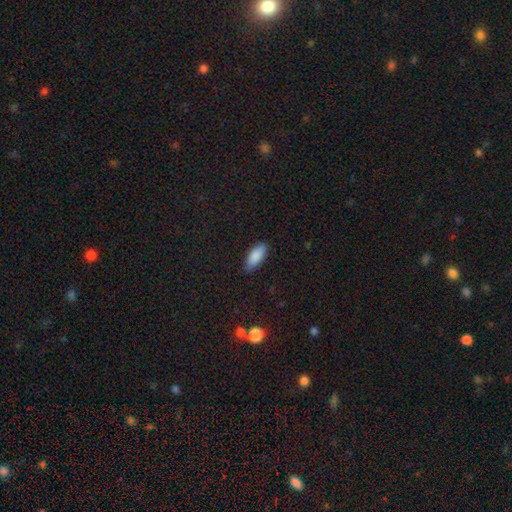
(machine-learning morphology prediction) This appears to be a smooth galaxy with no disk features (87%) that is in between round and cigar-shaped (82%). Merging: none (81%).